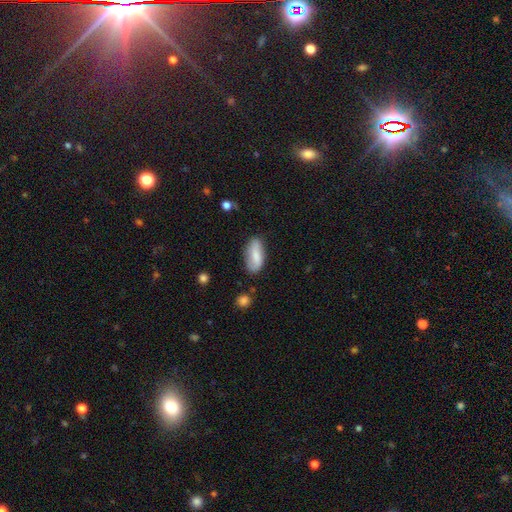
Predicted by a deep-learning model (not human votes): A smooth galaxy with no disk features (72%) that is in between round and cigar-shaped (85%). Merging: none (73%).